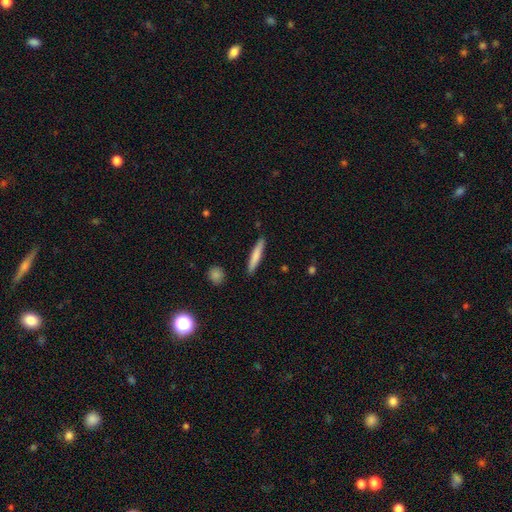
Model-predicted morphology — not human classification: Smooth or featured?
  - smooth: 75% *
  - featured or disk: 20%
  - star or artifact: 5%
How rounded?
  - cigar-shaped: 93% *
  - in between: 6%
  - round: 1%
Merging?
  - none: 90% *
  - minor disturbance: 7%
  - major disturbance: 2%
  - merger: 2%